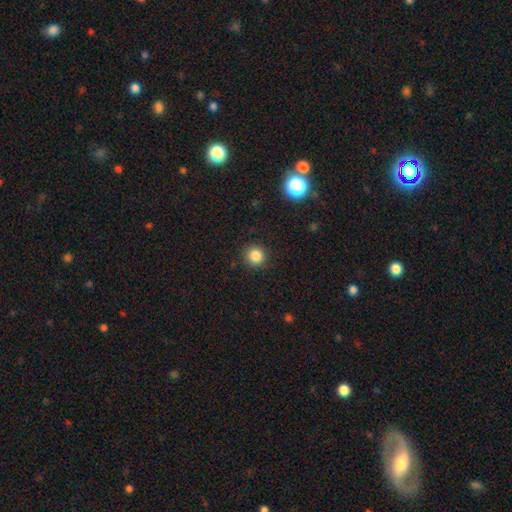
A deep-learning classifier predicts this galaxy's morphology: This appears to be a smooth galaxy with no disk features (84%) that is round (92%). Merging: none (91%).